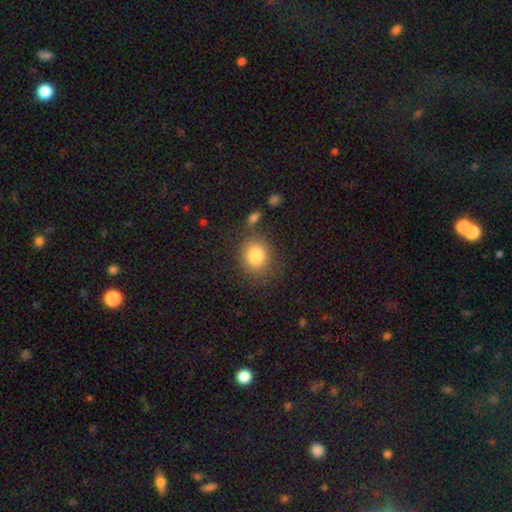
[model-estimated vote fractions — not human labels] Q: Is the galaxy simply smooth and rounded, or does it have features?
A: smooth — 83%.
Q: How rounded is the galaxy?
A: round — 71%.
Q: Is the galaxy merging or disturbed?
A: none — 76%.